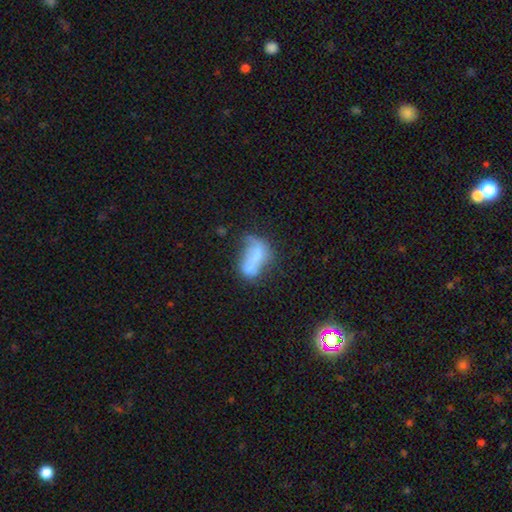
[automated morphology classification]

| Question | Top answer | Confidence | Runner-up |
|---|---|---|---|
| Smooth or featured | smooth | 58% | featured or disk (31%) |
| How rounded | in between | 82% | round (13%) |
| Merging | merger | 47% | major disturbance (21%) |